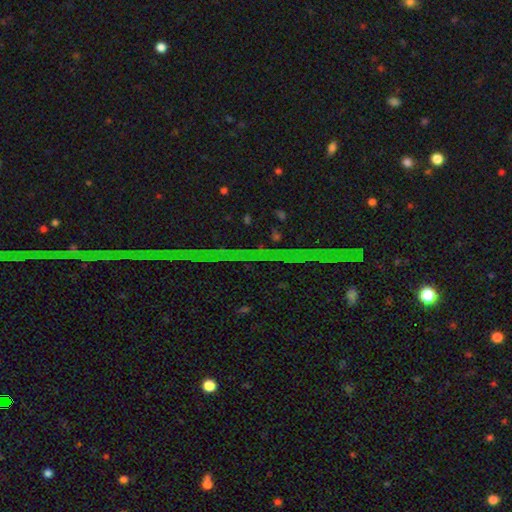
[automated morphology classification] This appears to be a star or artifact, not a galaxy (82%).